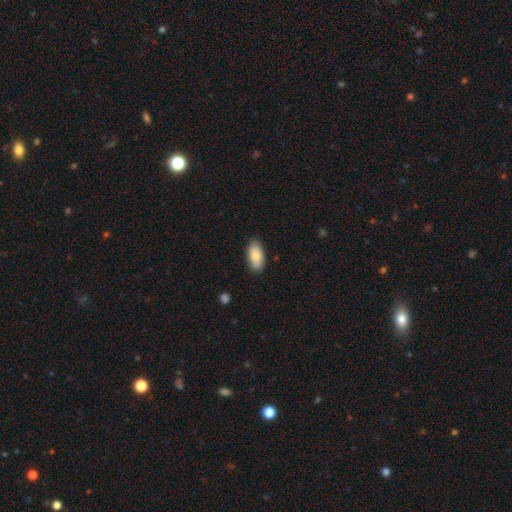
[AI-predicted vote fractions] The model was most divided on "smooth or featured": smooth: 82%, featured or disk: 12%, star or artifact: 6%. More confident: how rounded — in between (92%); merging — none (85%).